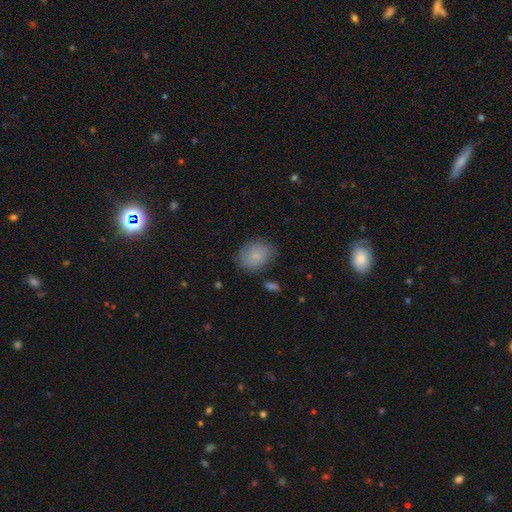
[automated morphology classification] Smooth or featured?
  - smooth: 83% *
  - featured or disk: 10%
  - star or artifact: 7%
How rounded?
  - in between: 63% *
  - round: 36%
  - cigar-shaped: 1%
Merging?
  - none: 74% *
  - minor disturbance: 19%
  - major disturbance: 5%
  - merger: 3%